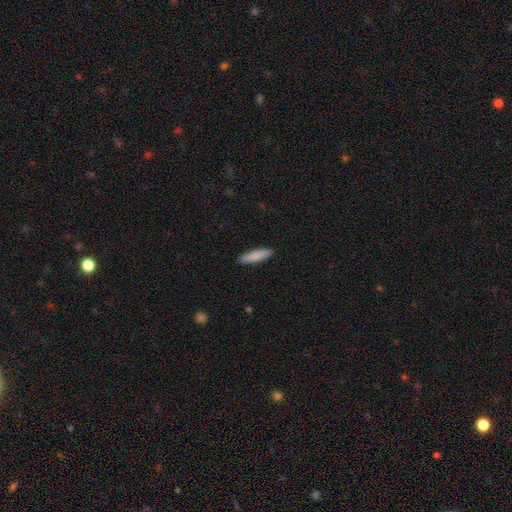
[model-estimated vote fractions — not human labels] Smooth or featured: smooth — 86% (featured or disk — 8%)
How rounded: cigar-shaped — 74% (in between — 25%)
Merging: none — 90% (minor disturbance — 7%)